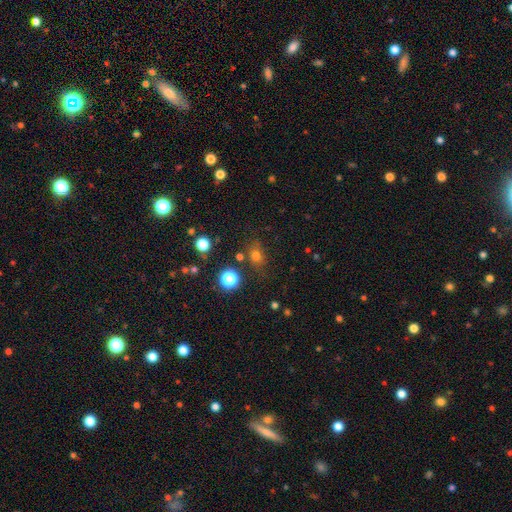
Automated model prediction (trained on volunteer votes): smooth 71%, star or artifact 22%, featured or disk 7%. Down the decision tree: how rounded — round (52%); merging — none (72%).